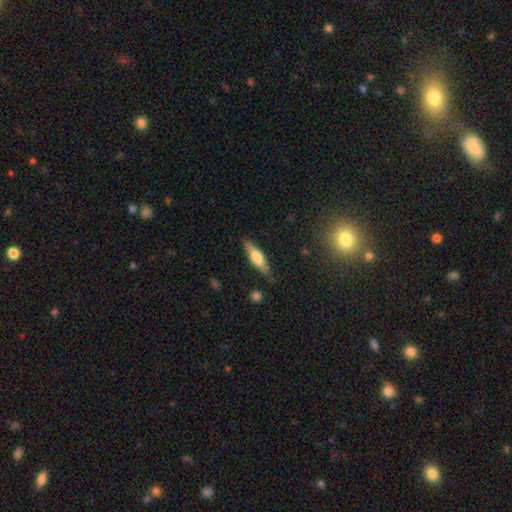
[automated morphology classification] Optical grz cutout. It shows a smooth galaxy with no disk features (52%) that is cigar-shaped (68%). Merging: none (84%).